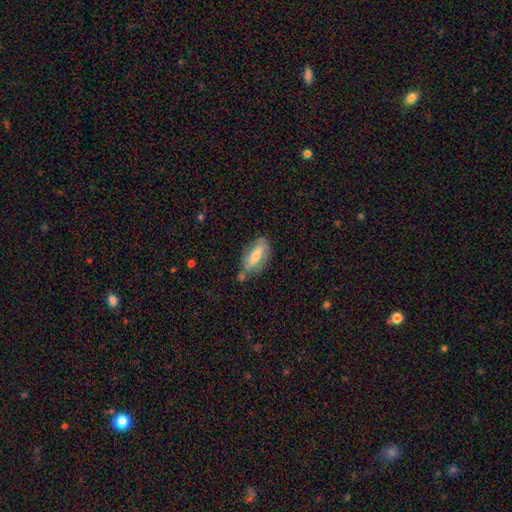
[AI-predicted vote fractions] Overall: smooth (54%; featured or disk 38%). How rounded: in between (81%). Merging: none (67%).